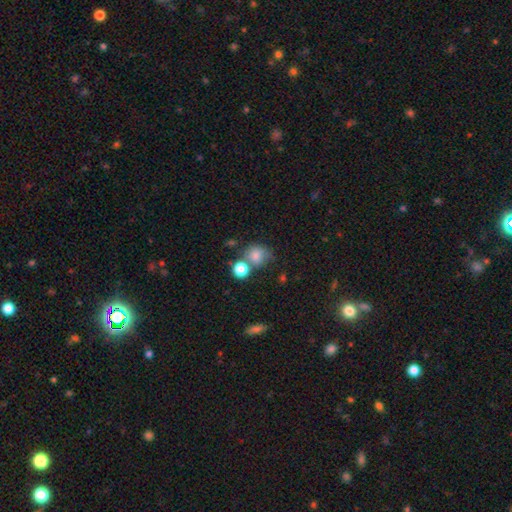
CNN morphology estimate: This appears to be a smooth galaxy with no disk features (78%) that is round (76%). Merging: none (49%).